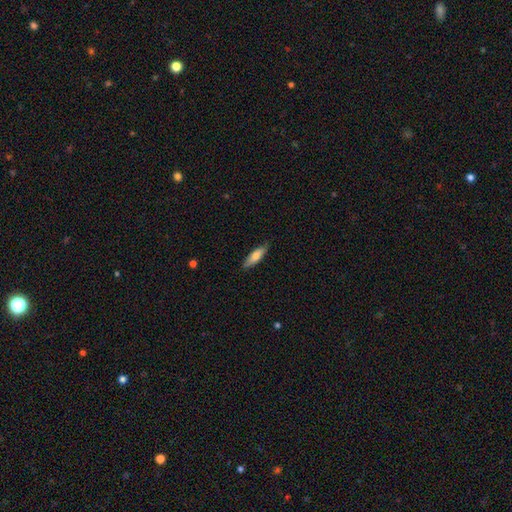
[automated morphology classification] Overall: smooth (73%). How rounded: cigar-shaped (60%; in between 39%). Merging: none (83%).